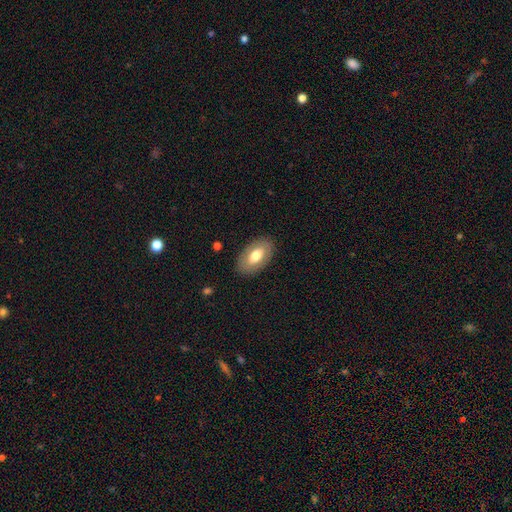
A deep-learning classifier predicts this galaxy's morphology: smooth 62%, featured or disk 32%, star or artifact 6%. Down the decision tree: how rounded — in between (93%); merging — none (86%).